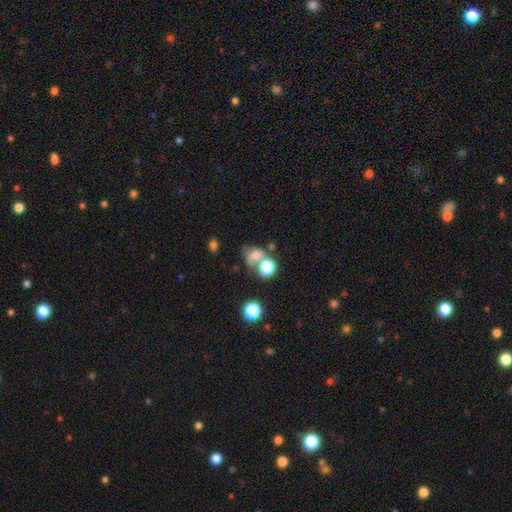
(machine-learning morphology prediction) This is likely a smooth galaxy (70%). How rounded: possibly round (54%). Merging: possibly merger (49%).